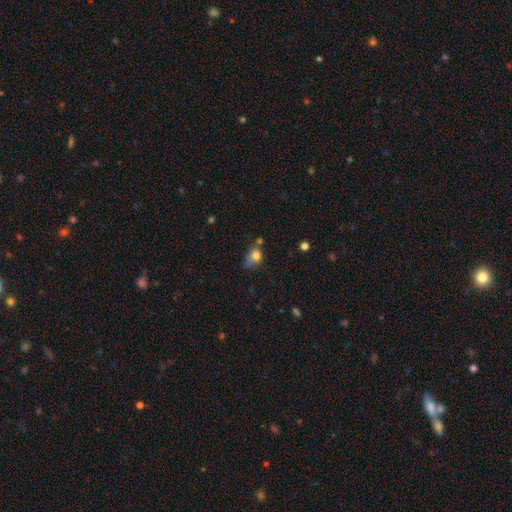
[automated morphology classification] Smooth or featured? Predicted: smooth (p=0.76). How rounded? Predicted: in between (p=0.55). Merging? Predicted: minor disturbance (p=0.34, tied with none).